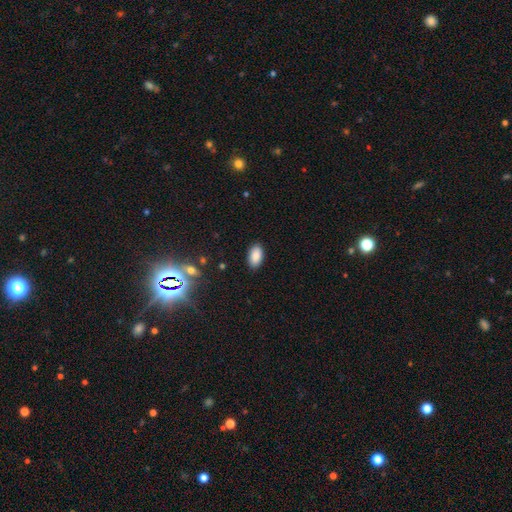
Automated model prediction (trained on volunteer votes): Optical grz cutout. It shows a smooth galaxy with no disk features (88%) that is in between round and cigar-shaped (95%). Merging: none (88%).